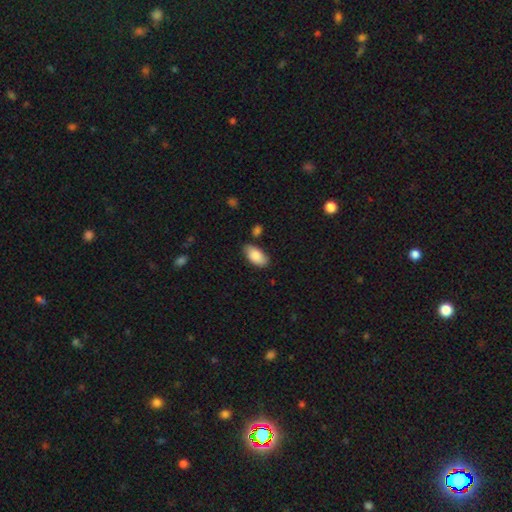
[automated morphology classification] The model was most divided on "merging": none: 77%, minor disturbance: 17%, merger: 3%, major disturbance: 3%. More confident: how rounded — in between (94%); smooth or featured — smooth (86%).